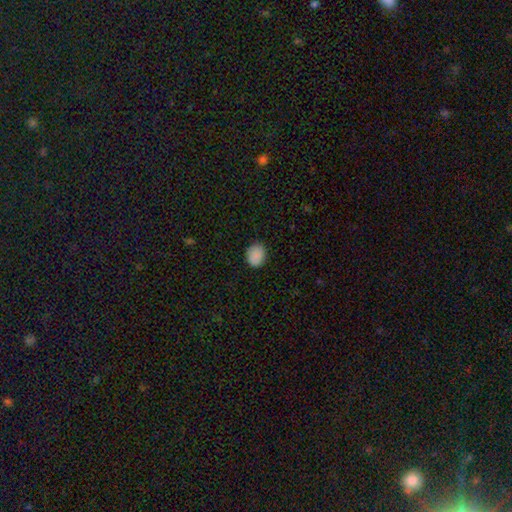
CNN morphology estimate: smooth_or_featured: smooth (p=0.89) [alt: star or artifact p=0.08]
how_rounded: round (p=0.52) [alt: in between p=0.47]
merging: none (p=0.86) [alt: minor disturbance p=0.10]